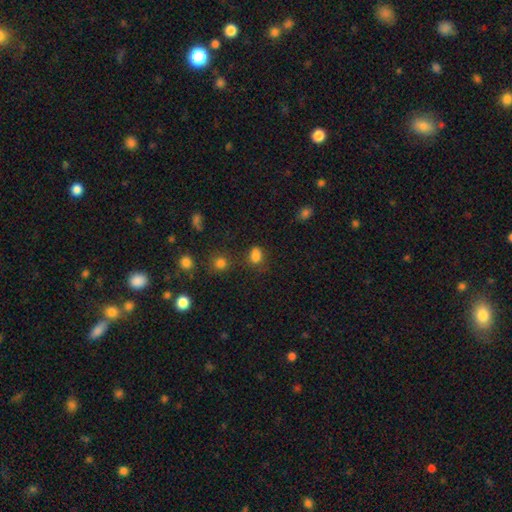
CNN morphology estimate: This appears to be a smooth galaxy with no disk features (79%) that is in between round and cigar-shaped (69%). Merging: none (60%).